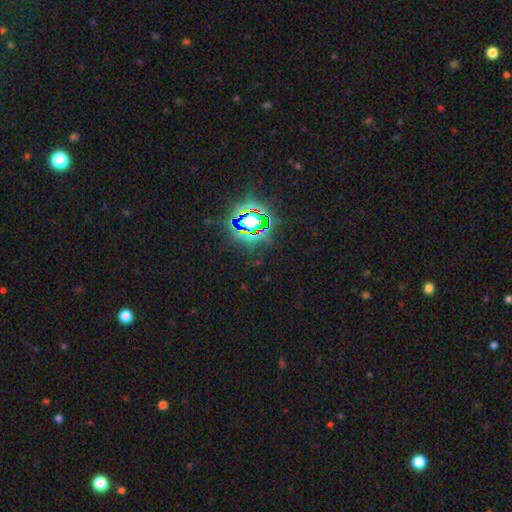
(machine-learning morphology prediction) A star or artifact, not a galaxy (80%).